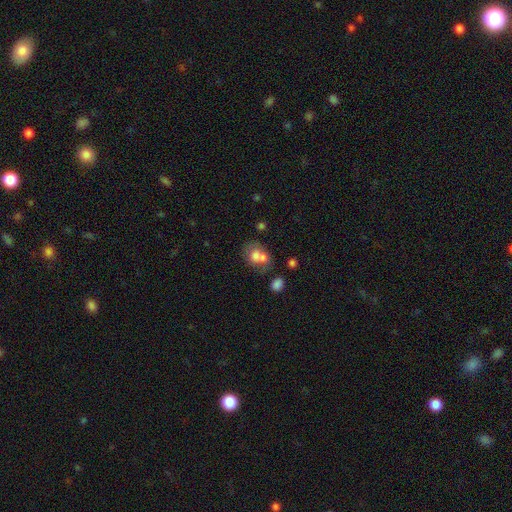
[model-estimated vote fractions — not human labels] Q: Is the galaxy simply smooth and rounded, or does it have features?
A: smooth — 67%.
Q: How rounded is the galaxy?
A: round — 50%.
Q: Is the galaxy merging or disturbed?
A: merger — 54%.